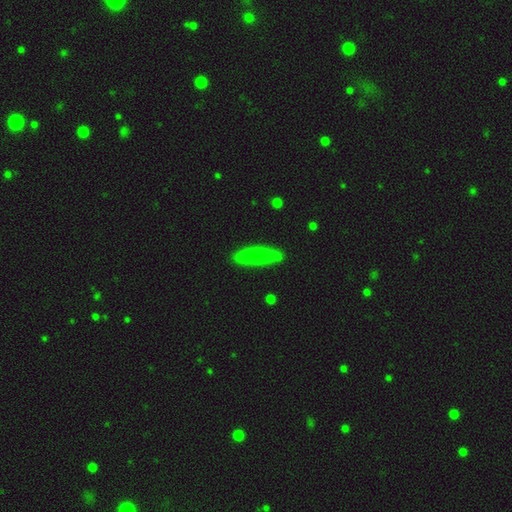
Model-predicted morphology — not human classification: Q: Smooth or featured?
A: smooth (77%); runner-up: featured or disk (17%)
Q: How rounded?
A: cigar-shaped (79%); runner-up: in between (19%)
Q: Merging?
A: none (81%); runner-up: minor disturbance (14%)